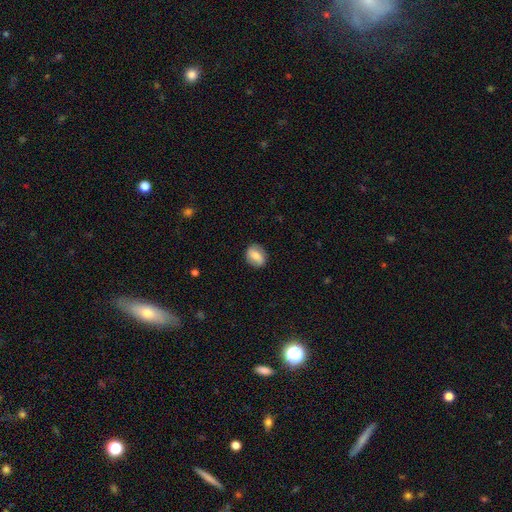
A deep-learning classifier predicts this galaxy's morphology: smooth 68%, featured or disk 24%, star or artifact 8%. Down the decision tree: how rounded — in between (54%); merging — none (85%).